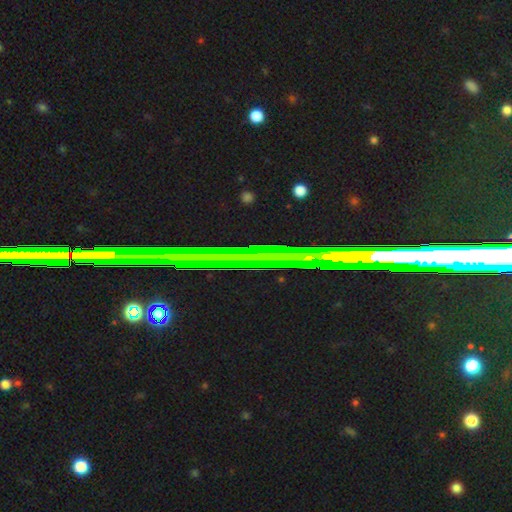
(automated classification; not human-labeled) A star or artifact, not a galaxy (71%).

Vote fractions:
- Smooth or featured? star or artifact: 71% / featured or disk: 19% / smooth: 10%